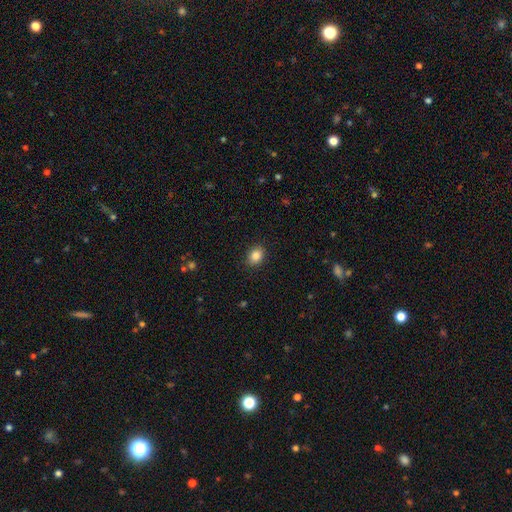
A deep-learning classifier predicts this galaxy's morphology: The model was most divided on "how rounded": in between: 52%, round: 48%, cigar-shaped: 1%. More confident: merging — none (88%); smooth or featured — smooth (85%).